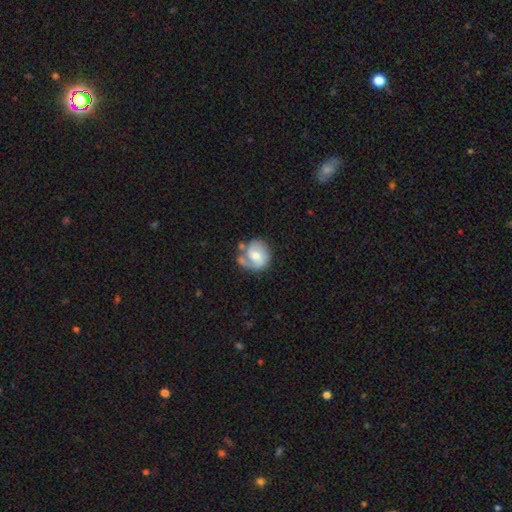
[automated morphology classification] featured or disk 64%, smooth 30%, star or artifact 6%. Down the decision tree: edge-on disk — no (98%); bar — no (53%); spiral arms — yes (87%); spiral arm count — 2 (53%); spiral winding — medium (40%); bulge size — moderate (57%); merging — none (51%).